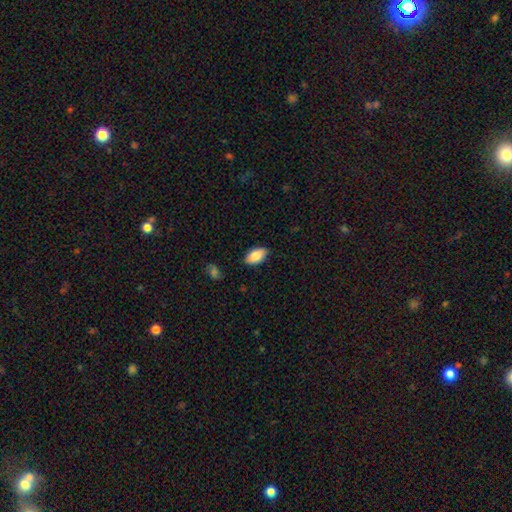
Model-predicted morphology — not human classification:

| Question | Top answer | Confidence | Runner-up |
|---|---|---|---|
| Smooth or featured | smooth | 84% | featured or disk (10%) |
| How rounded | in between | 93% | cigar-shaped (4%) |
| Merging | none | 83% | minor disturbance (13%) |